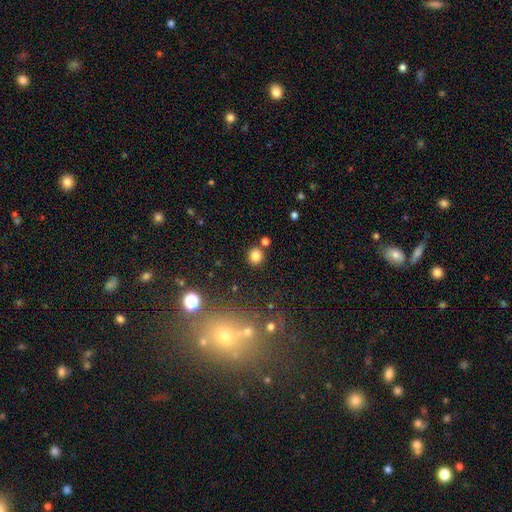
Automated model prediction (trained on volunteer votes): Morphology: type=smooth (81%); roundness=round (87%); merging=none (83%).